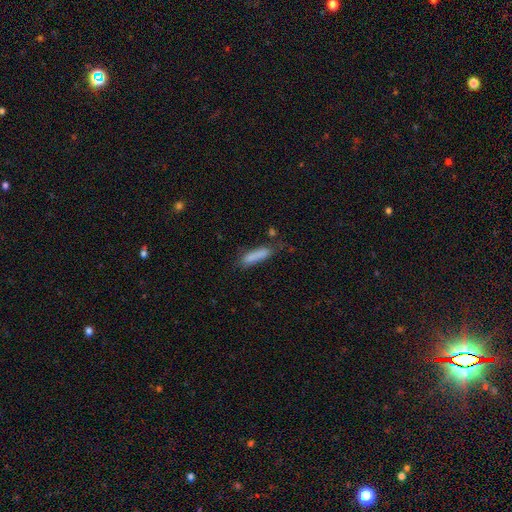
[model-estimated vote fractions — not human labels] This appears to be a smooth galaxy with no disk features (82%) that is cigar-shaped (76%). Merging: none (62%).